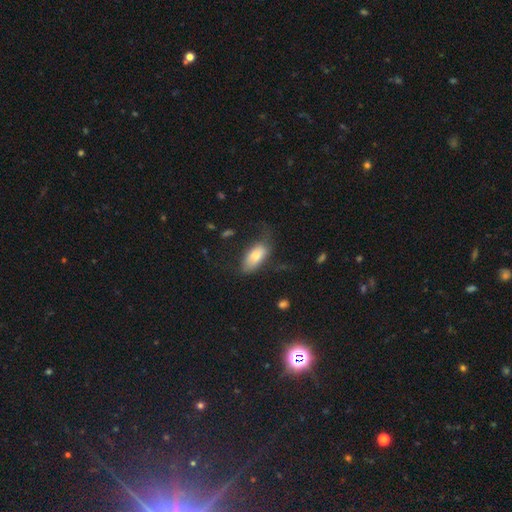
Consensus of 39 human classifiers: smooth-or-featured: smooth: 72% | featured or disk: 21% | star or artifact: 8%
  how-rounded: in between: 89% | cigar-shaped: 11% | round: 0%
  merging: major disturbance: 39% | none: 33% | minor disturbance: 28% | merger: 0%